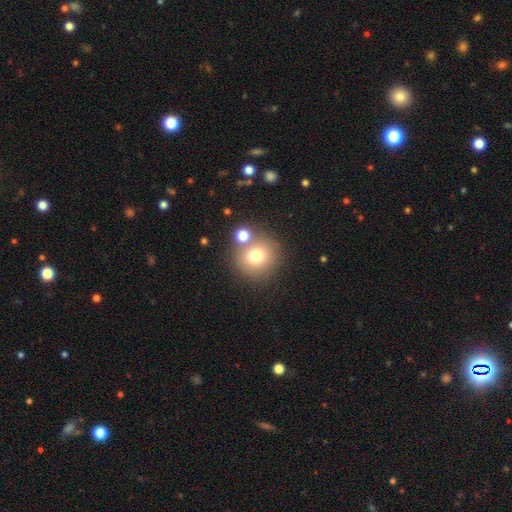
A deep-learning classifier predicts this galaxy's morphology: Overall: smooth (74%). How rounded: round (91%). Merging: none (70%).